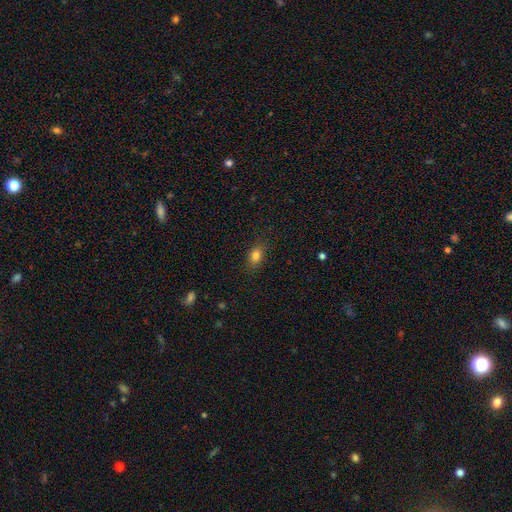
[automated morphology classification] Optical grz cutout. It shows a smooth galaxy with no disk features (82%) that is in between round and cigar-shaped (72%). Merging: none (85%).